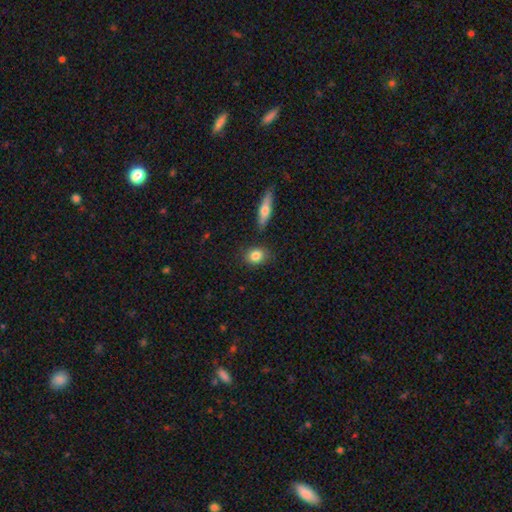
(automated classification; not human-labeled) Smooth or featured? smooth (83%)
How rounded? round (52%)
Merging? none (84%)